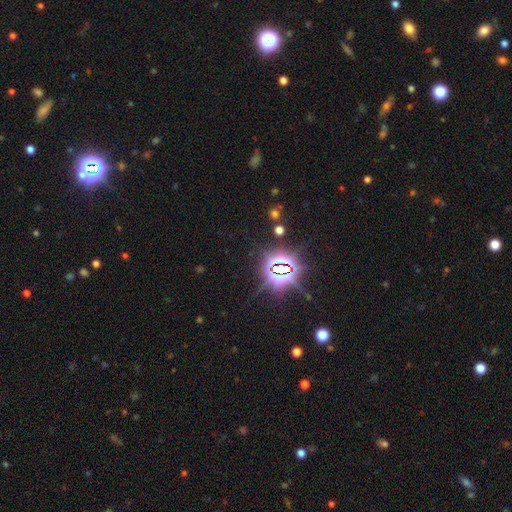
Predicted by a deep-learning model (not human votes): star or artifact 82%, smooth 11%, featured or disk 7%.